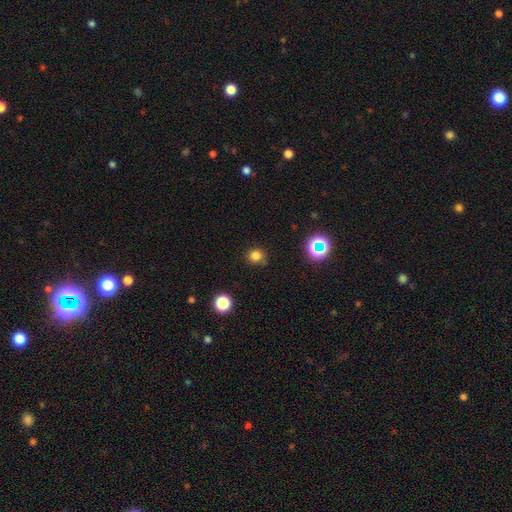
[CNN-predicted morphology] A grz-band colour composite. It shows a smooth galaxy with no disk features (79%) that is round (90%). Merging: none (84%).